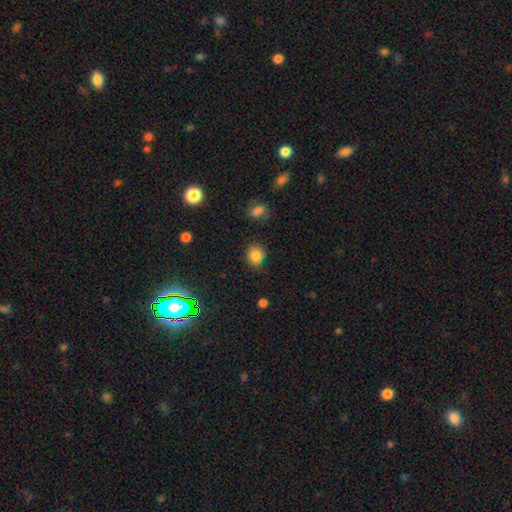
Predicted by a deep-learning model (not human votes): smooth-or-featured: smooth: 83% | star or artifact: 13% | featured or disk: 5%
  how-rounded: round: 73% | in between: 26% | cigar-shaped: 1%
  merging: none: 77% | minor disturbance: 16% | major disturbance: 4% | merger: 3%